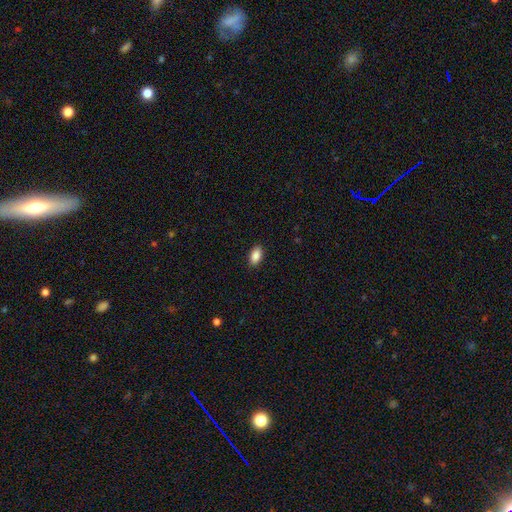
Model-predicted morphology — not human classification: Q: Smooth or featured?
A: smooth (88%); runner-up: star or artifact (8%)
Q: How rounded?
A: in between (92%); runner-up: round (6%)
Q: Merging?
A: none (89%); runner-up: minor disturbance (8%)